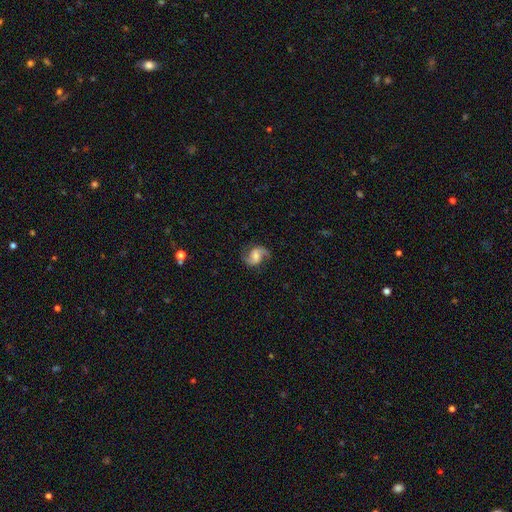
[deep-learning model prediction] Smooth or featured? Predicted: featured or disk (p=0.85). Edge-on disk? Predicted: no (p=0.98). Bar? Predicted: no (p=0.44). Spiral arms? Predicted: yes (p=0.97). Spiral winding? Predicted: medium (p=0.46). Spiral arm count? Predicted: 2 (p=0.93). Bulge size? Predicted: moderate (p=0.48). Merging? Predicted: none (p=0.80).